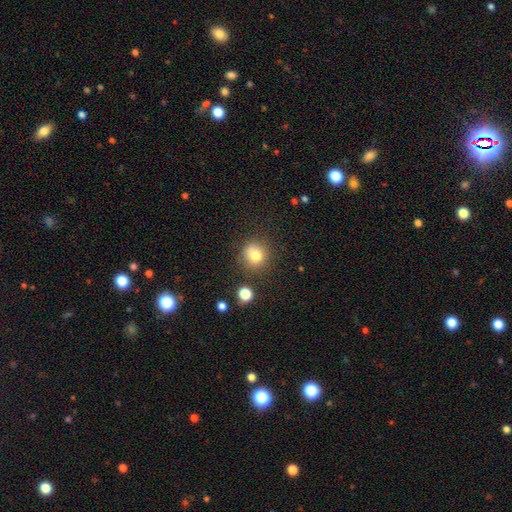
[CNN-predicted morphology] Smooth or featured? smooth (78%)
How rounded? round (89%)
Merging? none (78%)